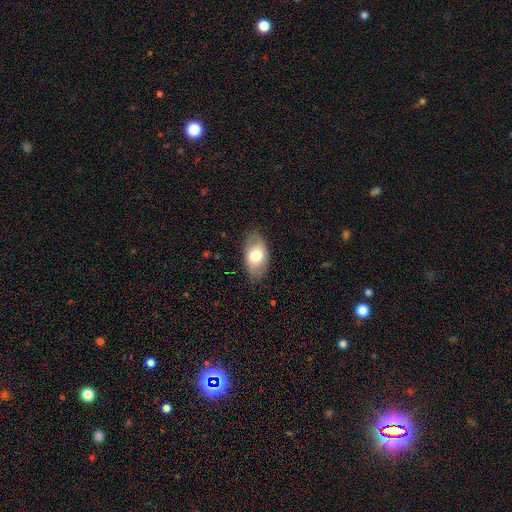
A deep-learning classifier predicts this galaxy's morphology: This appears to be a smooth galaxy with no disk features (72%) that is in between round and cigar-shaped (93%). Merging: none (82%).